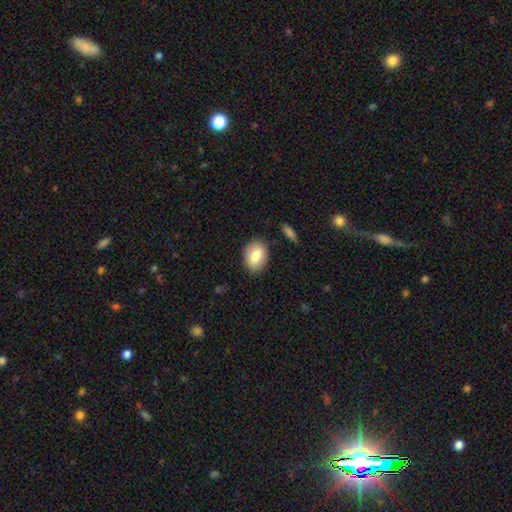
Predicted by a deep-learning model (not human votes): Smooth or featured?
  - smooth: 80% *
  - featured or disk: 13%
  - star or artifact: 7%
How rounded?
  - in between: 77% *
  - round: 22%
  - cigar-shaped: 1%
Merging?
  - none: 85% *
  - minor disturbance: 11%
  - major disturbance: 3%
  - merger: 2%